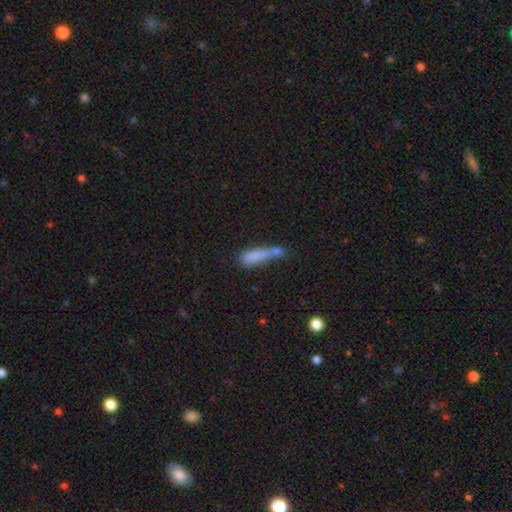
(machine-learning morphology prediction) Q: Smooth or featured?
A: smooth (72%); runner-up: featured or disk (17%)
Q: How rounded?
A: cigar-shaped (65%); runner-up: in between (32%)
Q: Merging?
A: merger (41%); runner-up: none (25%)